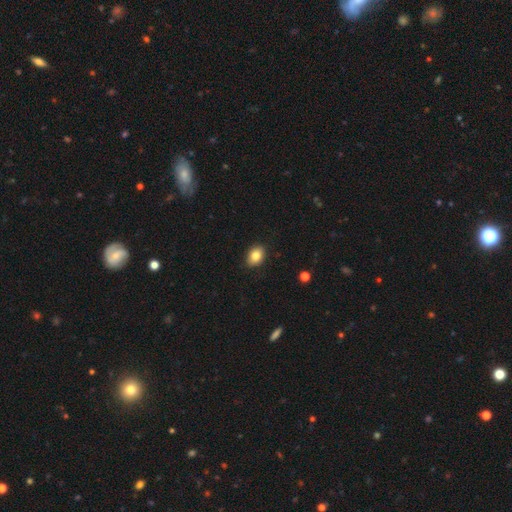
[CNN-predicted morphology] The model was most divided on "how rounded": in between: 70%, round: 29%, cigar-shaped: 1%. More confident: merging — none (88%); smooth or featured — smooth (83%).